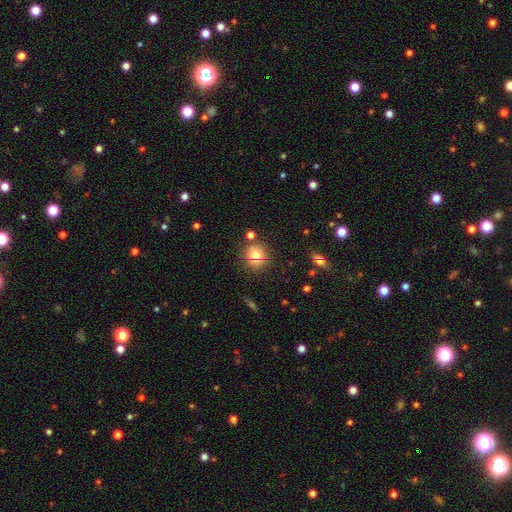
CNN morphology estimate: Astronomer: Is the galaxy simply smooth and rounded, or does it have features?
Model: smooth — 70%.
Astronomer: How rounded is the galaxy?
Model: round — 86%.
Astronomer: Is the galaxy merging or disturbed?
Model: none — 77%.